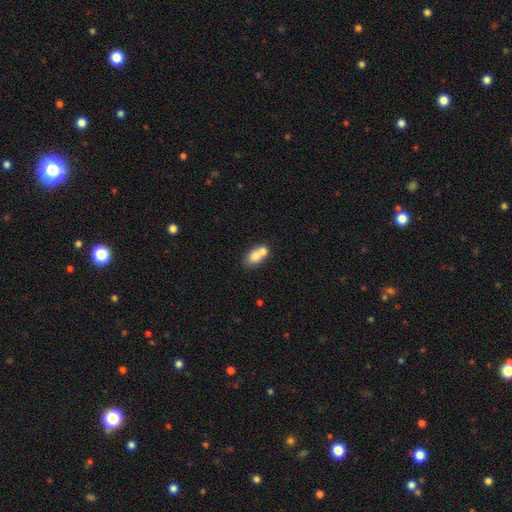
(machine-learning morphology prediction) Q: Smooth or featured?
A: smooth (74%); runner-up: featured or disk (17%)
Q: How rounded?
A: in between (77%); runner-up: round (20%)
Q: Merging?
A: merger (53%); runner-up: none (34%)